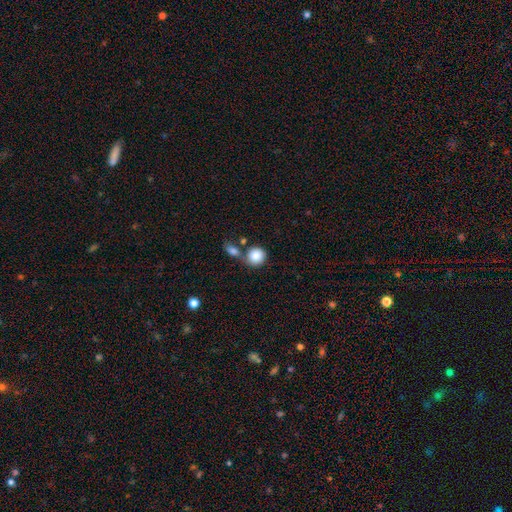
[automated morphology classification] Overall: smooth (85%). How rounded: round (88%). Merging: none (53%; merger 31%).